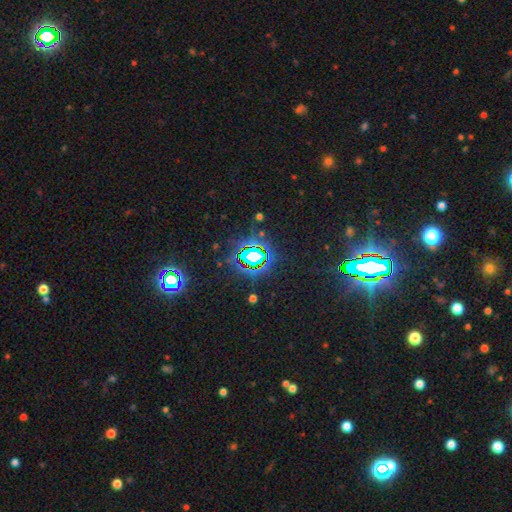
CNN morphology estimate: Q: Smooth or featured?
A: star or artifact (76%); runner-up: smooth (13%)